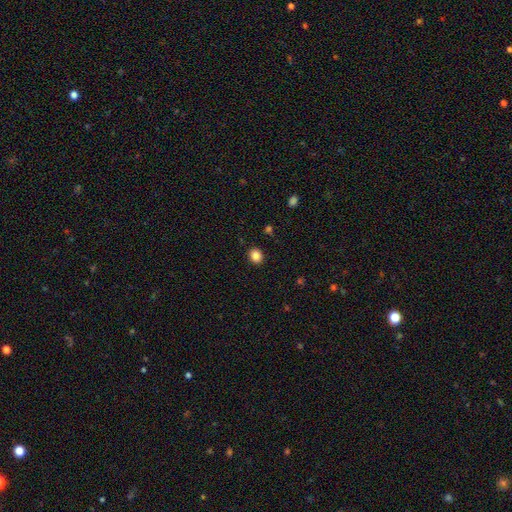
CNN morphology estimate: A smooth galaxy with no disk features (85%) that is round (71%).

Vote fractions:
- Smooth or featured? smooth: 85% / star or artifact: 11% / featured or disk: 4%
- How rounded? round: 71% / in between: 28% / cigar-shaped: 1%
- Merging? none: 90% / minor disturbance: 6% / major disturbance: 2% / merger: 1%